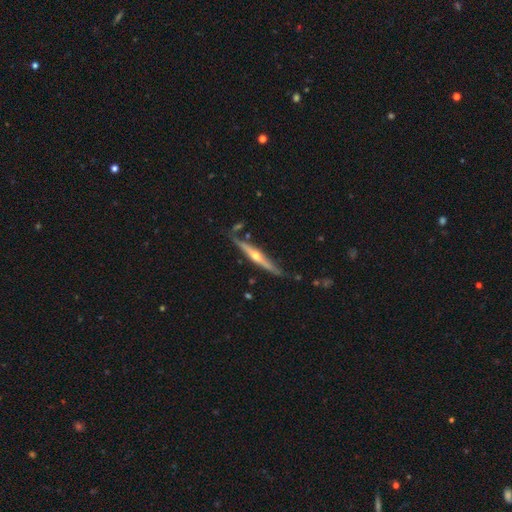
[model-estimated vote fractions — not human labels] Smooth or featured: featured or disk — 77% (smooth — 18%)
Edge-on disk: yes — 97% (no — 3%)
Edge-on bulge: rounded — 90% (none — 7%)
Merging: none — 78% (minor disturbance — 14%)